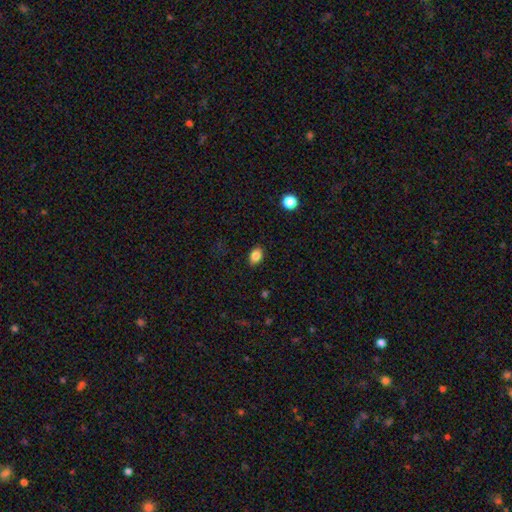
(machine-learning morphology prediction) This is clearly a smooth galaxy (84%). How rounded: likely in between (79%). Merging: clearly none (86%).